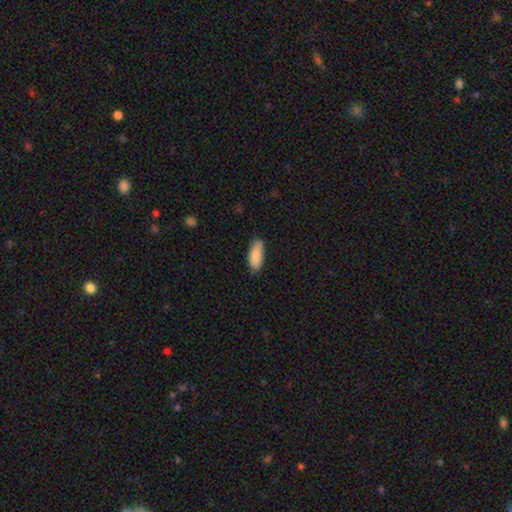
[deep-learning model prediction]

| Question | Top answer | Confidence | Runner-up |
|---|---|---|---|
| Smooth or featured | smooth | 87% | featured or disk (7%) |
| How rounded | in between | 73% | cigar-shaped (25%) |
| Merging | none | 77% | minor disturbance (19%) |